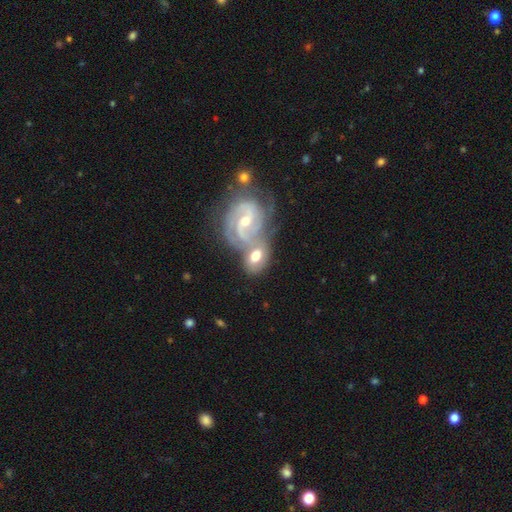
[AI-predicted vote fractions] Overall: featured or disk (65%; smooth 29%). Edge-on disk: no (96%). Bar: weak (46%; no 37%). Spiral arms: yes (92%). Spiral arm count: 2 (57%; 3 20%). Spiral winding: medium (48%; tight 43%). Bulge size: moderate (57%; small 34%). Merging: merger (56%; none 28%).